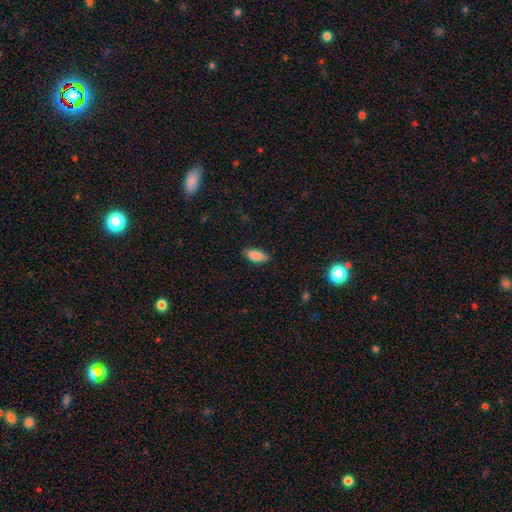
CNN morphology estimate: Smooth or featured: smooth — 87% (star or artifact — 7%)
How rounded: in between — 84% (cigar-shaped — 14%)
Merging: none — 83% (minor disturbance — 13%)